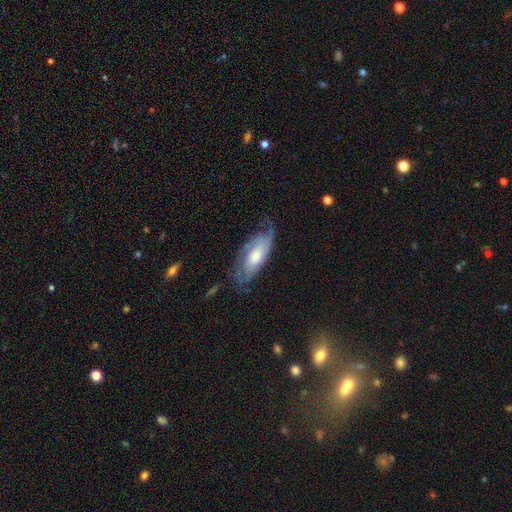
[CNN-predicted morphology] smooth-or-featured: featured or disk: 53% | smooth: 41% | star or artifact: 6%
  disk-edge-on: no: 84% | yes: 16%
  merging: none: 51% | minor disturbance: 30% | major disturbance: 17% | merger: 2%